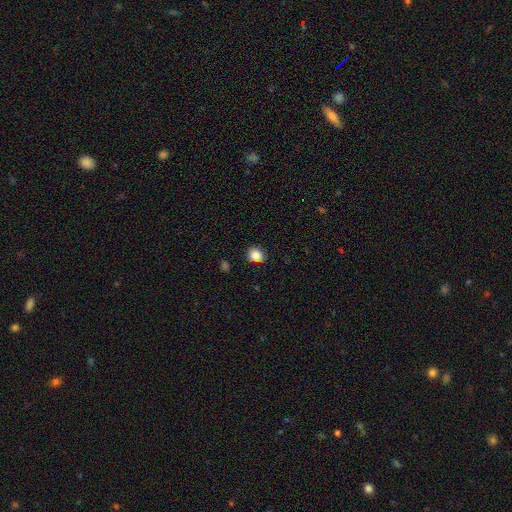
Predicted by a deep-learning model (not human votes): The model was most divided on "how rounded": round: 61%, in between: 38%, cigar-shaped: 1%. More confident: smooth or featured — smooth (86%); merging — none (77%).